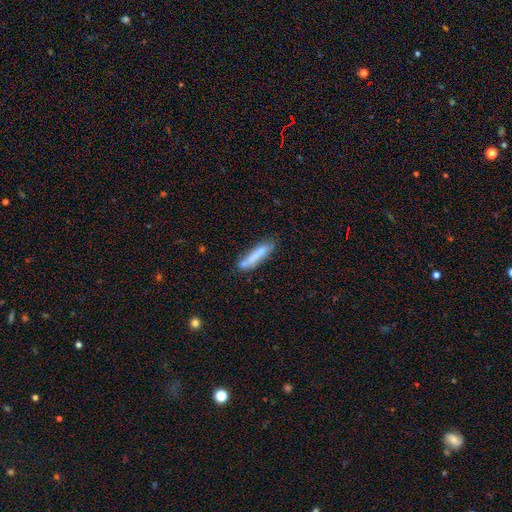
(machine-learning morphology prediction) A smooth galaxy with no disk features (63%) that is cigar-shaped (88%).

Vote fractions:
- Smooth or featured? smooth: 63% / featured or disk: 28% / star or artifact: 9%
- How rounded? cigar-shaped: 88% / in between: 10% / round: 2%
- Merging? none: 67% / minor disturbance: 18% / merger: 9% / major disturbance: 6%